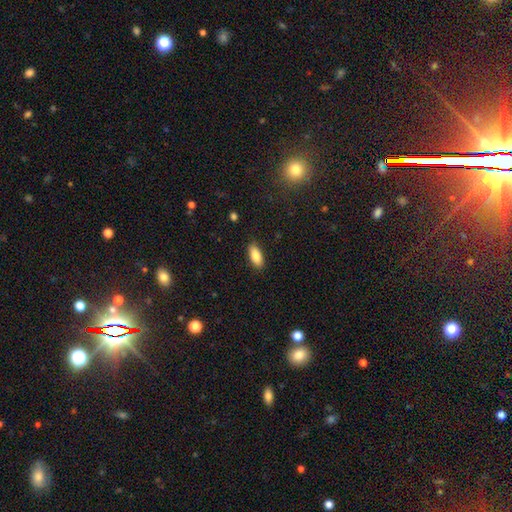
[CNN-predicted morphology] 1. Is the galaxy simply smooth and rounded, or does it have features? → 85% smooth, 8% featured or disk, 7% star or artifact.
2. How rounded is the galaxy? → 83% in between, 14% cigar-shaped, 2% round.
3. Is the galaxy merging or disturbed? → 87% none, 10% minor disturbance, 2% major disturbance, 1% merger.